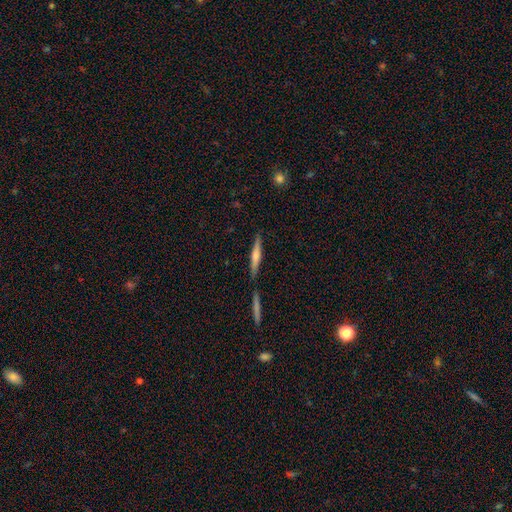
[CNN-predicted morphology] smooth 56%, featured or disk 38%, star or artifact 6%. Down the decision tree: how rounded — cigar-shaped (92%); merging — none (78%).